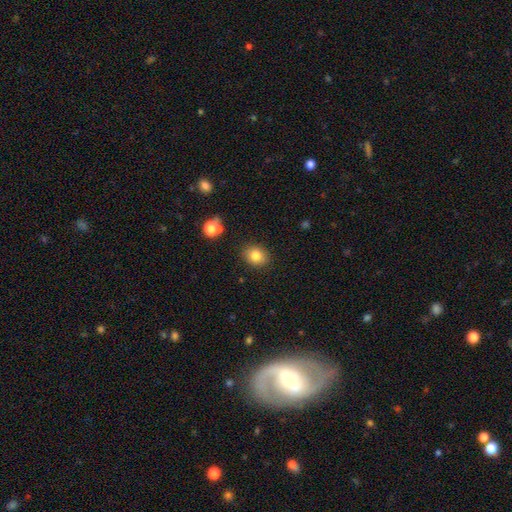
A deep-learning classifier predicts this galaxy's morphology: The model was most divided on "how rounded": round: 52%, in between: 47%, cigar-shaped: 1%. More confident: merging — none (87%); smooth or featured — smooth (81%).